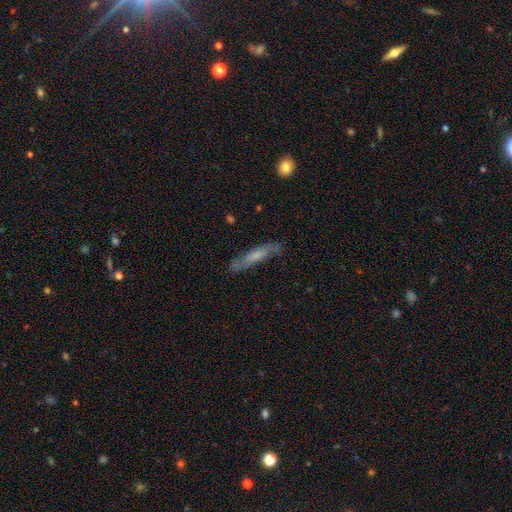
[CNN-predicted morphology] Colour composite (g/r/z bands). It shows a featured or disk galaxy (48%). Merging: none (74%).